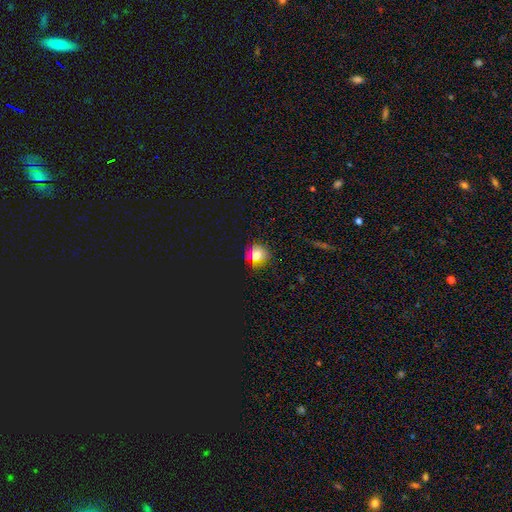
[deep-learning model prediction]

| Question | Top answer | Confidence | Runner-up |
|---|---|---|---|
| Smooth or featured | smooth | 62% | star or artifact (30%) |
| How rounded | round | 87% | in between (11%) |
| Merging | none | 84% | minor disturbance (10%) |